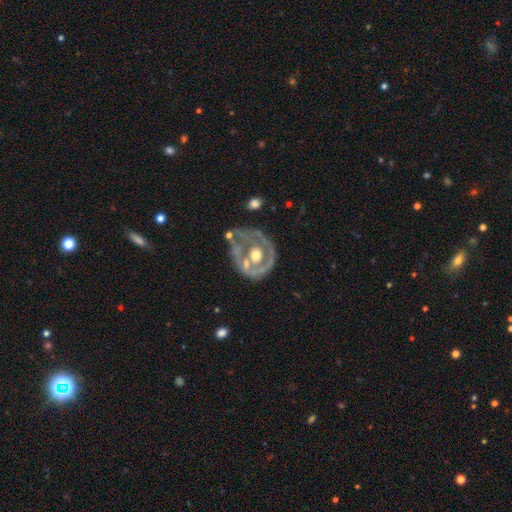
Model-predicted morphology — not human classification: This appears to be a featured or disk galaxy (73%) with no bar (85%), no spiral arms (63%) and a moderate central bulge (67%). Merging: none (42%).